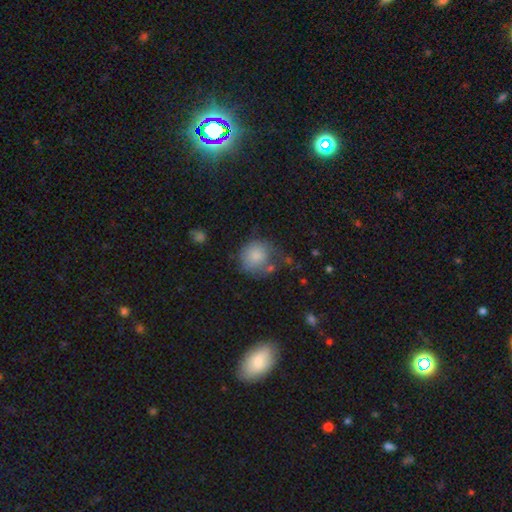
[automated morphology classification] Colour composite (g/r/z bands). It shows a smooth galaxy with no disk features (81%) that is round (87%). Merging: none (49%).